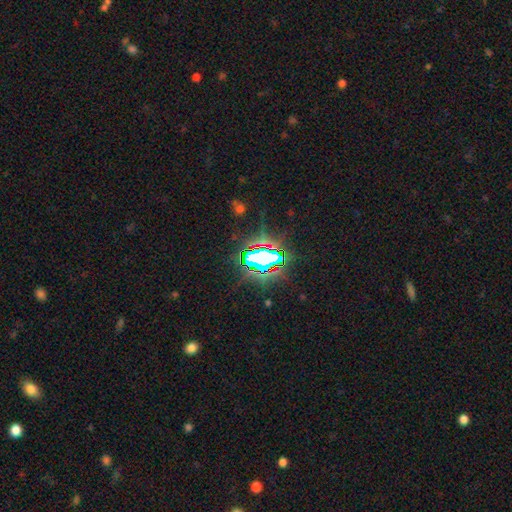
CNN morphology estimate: type=star or artifact (78%).